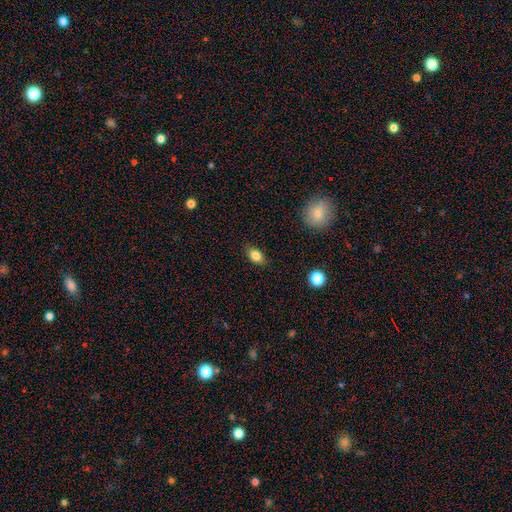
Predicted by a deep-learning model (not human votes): smooth 84%, star or artifact 9%, featured or disk 7%. Down the decision tree: how rounded — in between (81%); merging — none (84%).